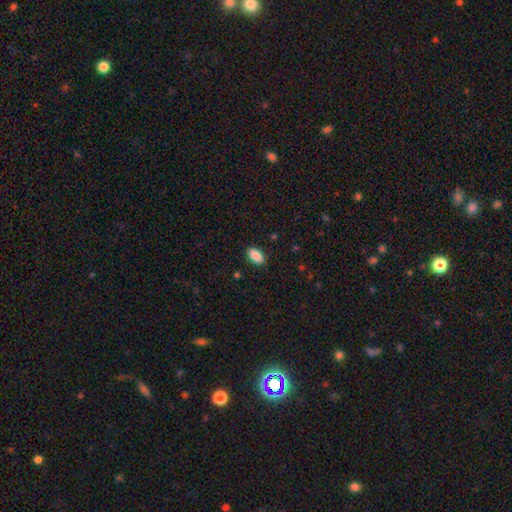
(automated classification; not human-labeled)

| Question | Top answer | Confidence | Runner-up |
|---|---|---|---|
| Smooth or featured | smooth | 89% | star or artifact (7%) |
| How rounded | in between | 92% | cigar-shaped (5%) |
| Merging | none | 88% | minor disturbance (9%) |